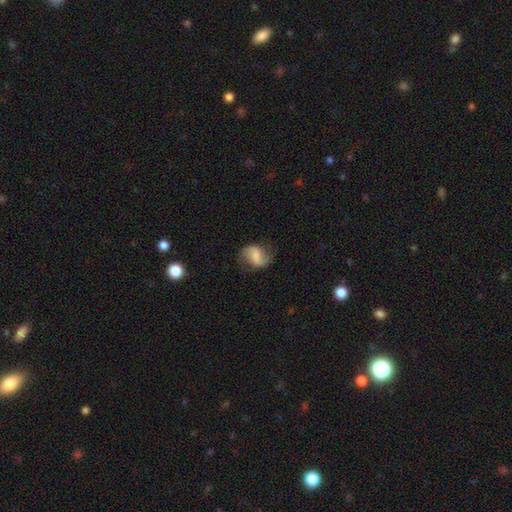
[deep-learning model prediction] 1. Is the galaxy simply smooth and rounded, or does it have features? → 50% featured or disk, 42% smooth, 9% star or artifact.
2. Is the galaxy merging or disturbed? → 69% none, 20% minor disturbance, 9% major disturbance, 1% merger.